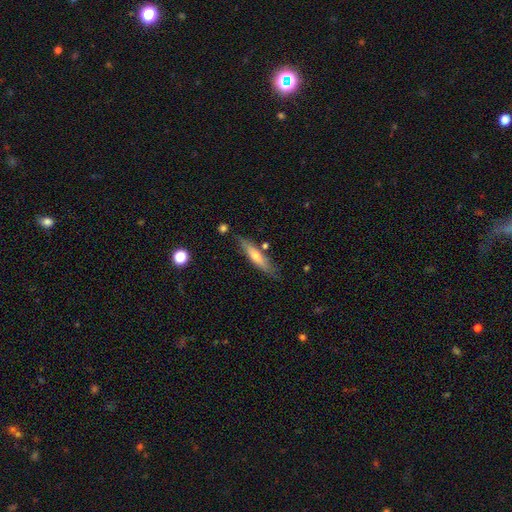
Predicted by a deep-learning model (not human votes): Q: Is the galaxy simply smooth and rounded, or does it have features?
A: smooth — 51%.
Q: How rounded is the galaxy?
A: cigar-shaped — 83%.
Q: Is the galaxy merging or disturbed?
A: none — 77%.